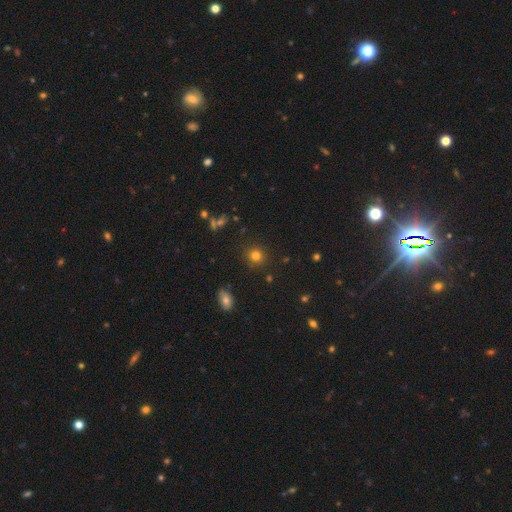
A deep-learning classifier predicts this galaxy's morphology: Smooth or featured? smooth (78%)
How rounded? round (88%)
Merging? none (88%)